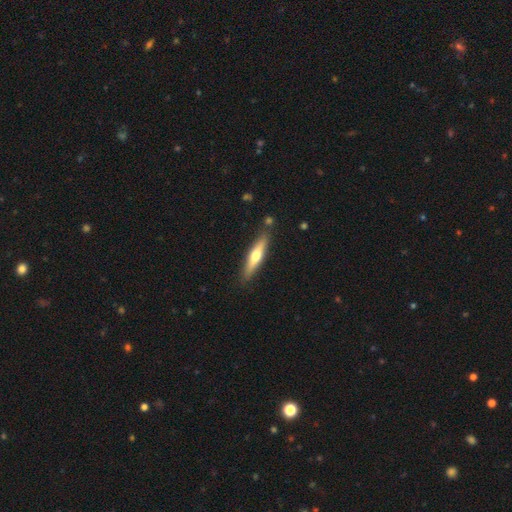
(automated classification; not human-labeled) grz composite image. It shows a featured or disk galaxy (51%) viewed edge-on (93%). Merging: none (85%).